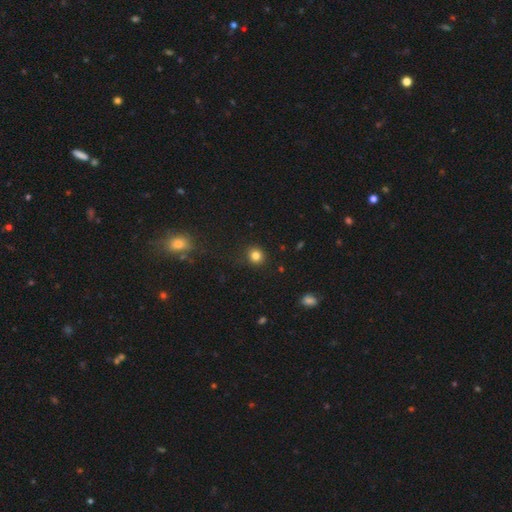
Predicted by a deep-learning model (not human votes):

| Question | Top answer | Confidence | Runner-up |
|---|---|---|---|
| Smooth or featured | smooth | 82% | star or artifact (13%) |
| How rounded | round | 87% | in between (12%) |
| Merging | none | 89% | minor disturbance (7%) |